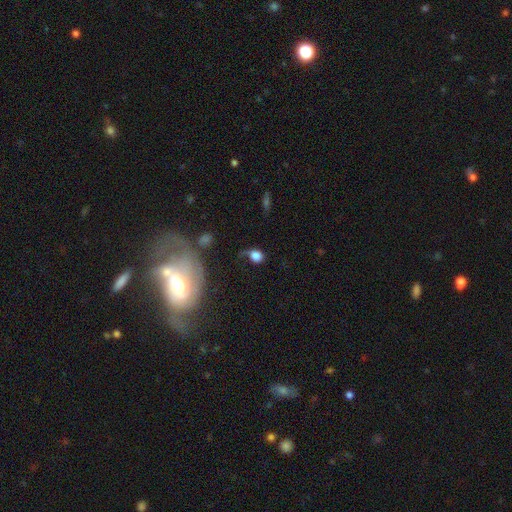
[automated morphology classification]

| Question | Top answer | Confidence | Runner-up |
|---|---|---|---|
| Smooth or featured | smooth | 73% | featured or disk (16%) |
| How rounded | round | 60% | in between (38%) |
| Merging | none | 36% | major disturbance (30%) |